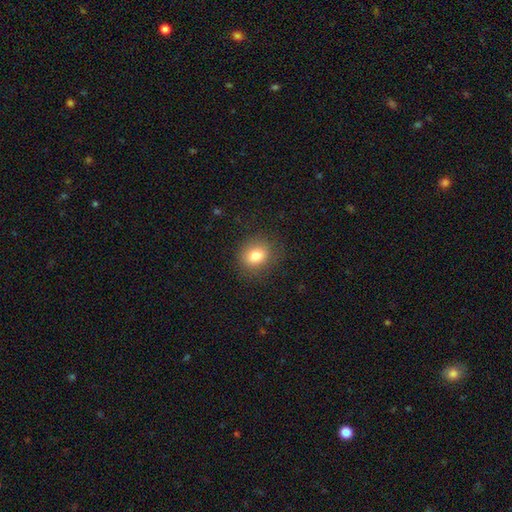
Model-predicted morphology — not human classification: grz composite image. It shows a smooth galaxy with no disk features (81%) that is round (61%). Merging: none (84%).